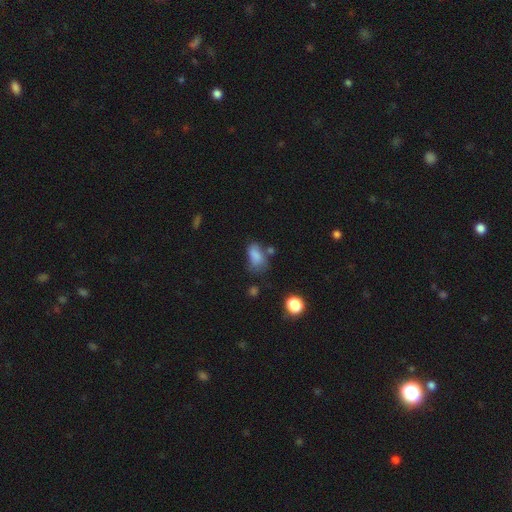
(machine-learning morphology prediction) type=smooth (78%); roundness=in between (88%); merging=none (40%).